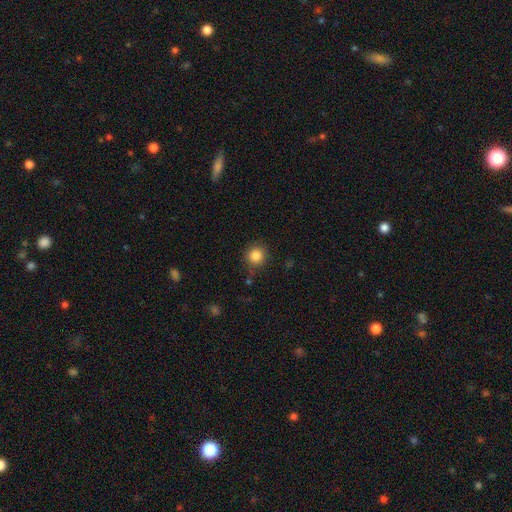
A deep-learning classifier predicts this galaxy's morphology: smooth-or-featured: smooth: 85% | star or artifact: 11% | featured or disk: 4%
  how-rounded: round: 92% | in between: 8% | cigar-shaped: 1%
  merging: none: 83% | minor disturbance: 11% | major disturbance: 3% | merger: 2%